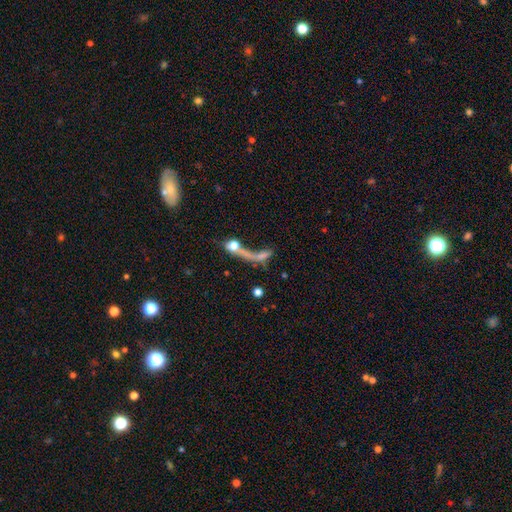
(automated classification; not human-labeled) Smooth or featured? Predicted: smooth (p=0.41, tied with featured or disk). Merging? Predicted: merger (p=0.36).